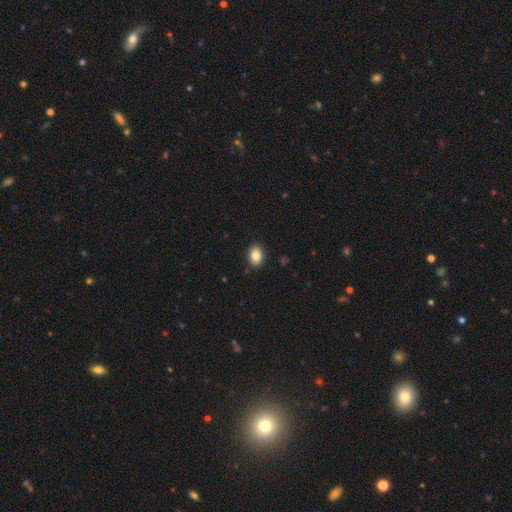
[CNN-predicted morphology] Q: Smooth or featured?
A: smooth (86%); runner-up: star or artifact (8%)
Q: How rounded?
A: in between (77%); runner-up: round (22%)
Q: Merging?
A: none (88%); runner-up: minor disturbance (9%)